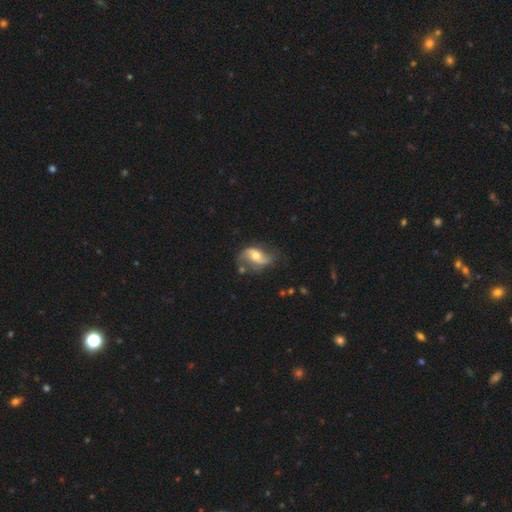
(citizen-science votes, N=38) Overall: featured or disk (76%). Edge-on disk: no (97%). Bar: no (68%; weak 32%). Spiral arms: yes (93%). Spiral arm count: 2 (85%). Spiral winding: loose (58%; tight 23%). Bulge size: moderate (71%). Merging: none (49%; minor disturbance 23%).